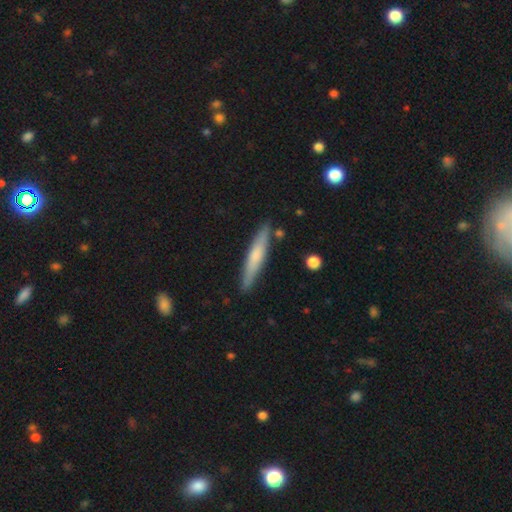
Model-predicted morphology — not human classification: Smooth or featured? smooth (57%)
How rounded? cigar-shaped (92%)
Merging? none (86%)